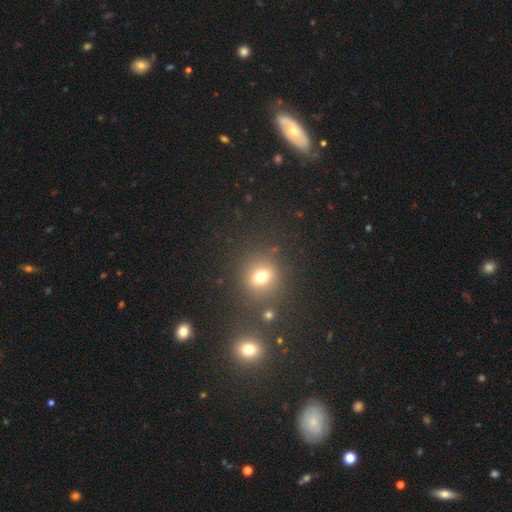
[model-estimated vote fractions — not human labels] The model was most divided on "smooth or featured": smooth: 49%, star or artifact: 41%, featured or disk: 10%. More confident: merging — none (80%).